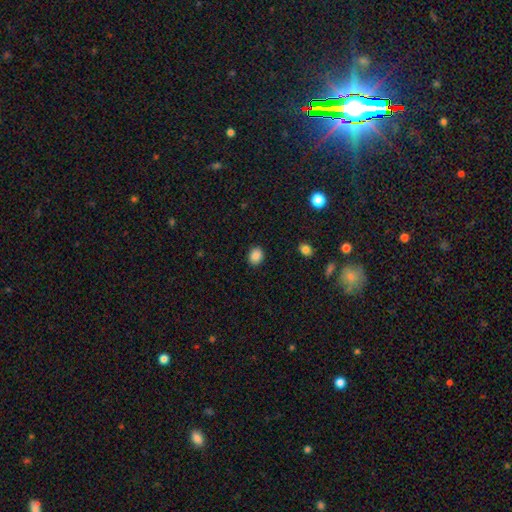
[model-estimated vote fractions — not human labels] This is clearly a smooth galaxy (87%). How rounded: possibly round (55%). Merging: clearly none (90%).